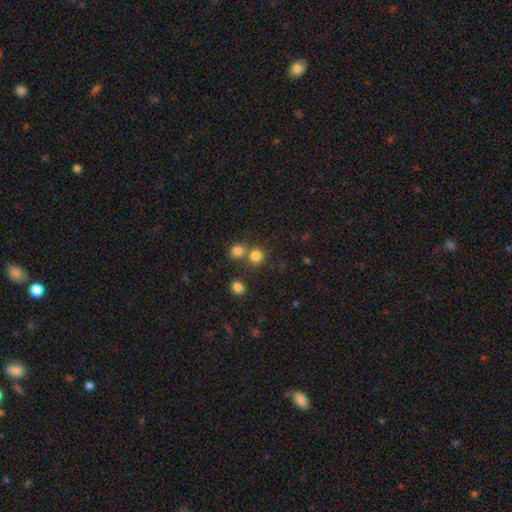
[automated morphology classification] Smooth or featured? smooth (80%)
How rounded? round (88%)
Merging? none (63%)